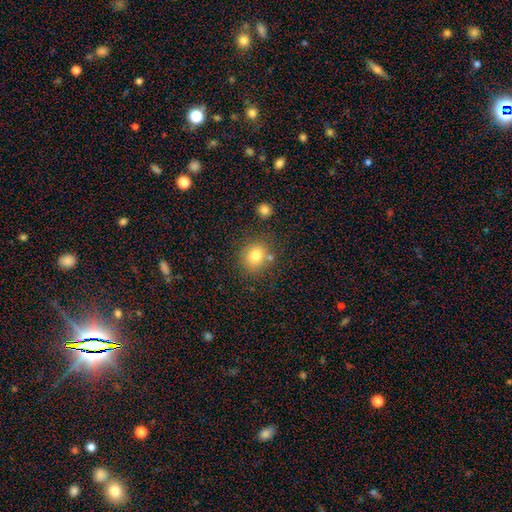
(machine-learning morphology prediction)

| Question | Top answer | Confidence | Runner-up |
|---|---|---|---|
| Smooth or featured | smooth | 80% | star or artifact (11%) |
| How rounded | round | 75% | in between (24%) |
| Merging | none | 73% | minor disturbance (12%) |